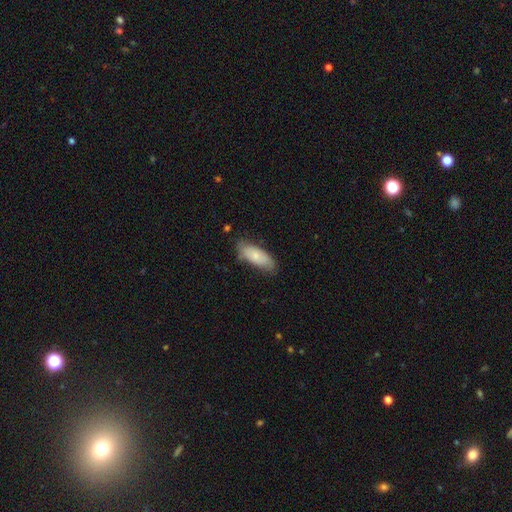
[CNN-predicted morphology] type=smooth (77%); roundness=in between (79%); merging=none (72%).